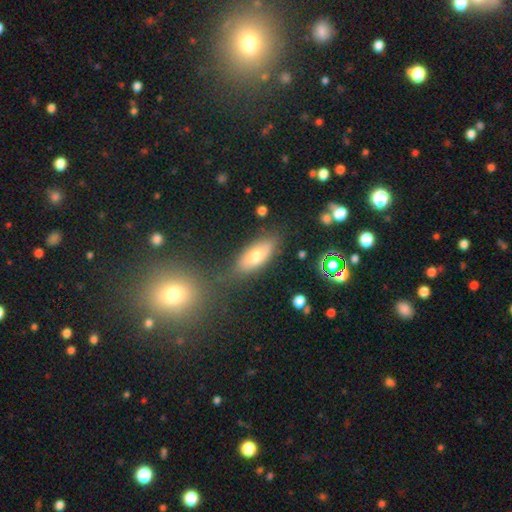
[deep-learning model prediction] A smooth galaxy with no disk features (68%) that is in between round and cigar-shaped (81%).

Vote fractions:
- Smooth or featured? smooth: 68% / featured or disk: 23% / star or artifact: 10%
- How rounded? in between: 81% / cigar-shaped: 15% / round: 4%
- Merging? none: 78% / minor disturbance: 13% / merger: 5% / major disturbance: 4%